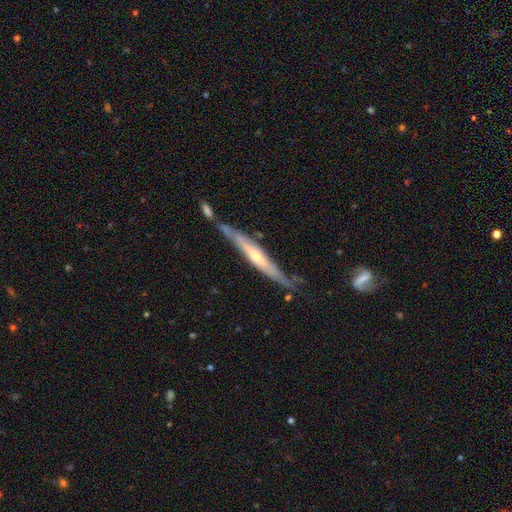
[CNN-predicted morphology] Q: Smooth or featured?
A: featured or disk (67%); runner-up: smooth (27%)
Q: Edge-on disk?
A: yes (86%); runner-up: no (14%)
Q: Edge-on bulge?
A: rounded (62%); runner-up: none (31%)
Q: Merging?
A: none (61%); runner-up: minor disturbance (23%)